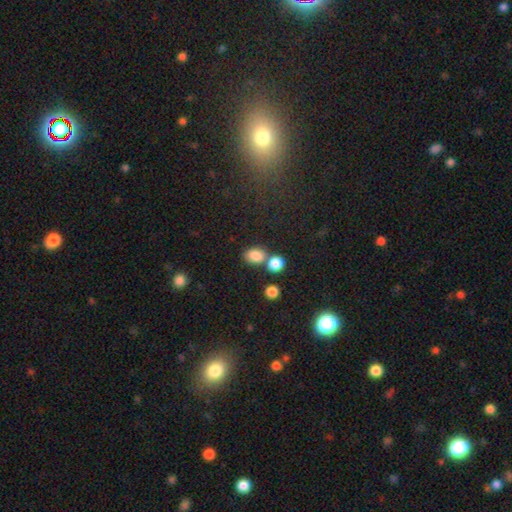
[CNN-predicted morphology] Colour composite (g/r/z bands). It shows a smooth galaxy with no disk features (82%) that is in between round and cigar-shaped (59%). Merging: none (55%).